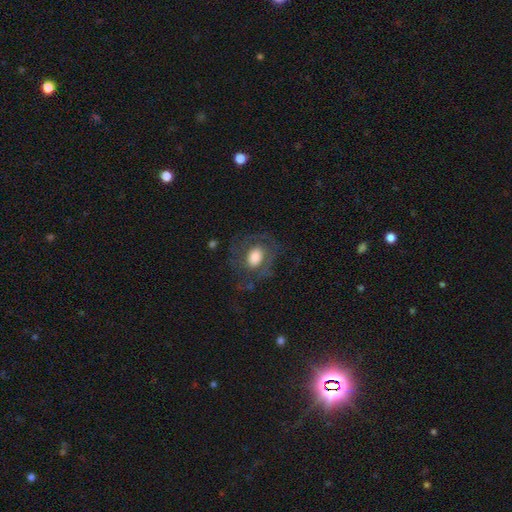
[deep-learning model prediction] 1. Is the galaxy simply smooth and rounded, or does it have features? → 59% featured or disk, 33% smooth, 8% star or artifact.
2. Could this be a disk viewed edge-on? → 96% no, 4% yes.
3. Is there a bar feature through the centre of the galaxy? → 71% no, 23% weak, 6% strong.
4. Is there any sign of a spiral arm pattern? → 70% yes, 30% no.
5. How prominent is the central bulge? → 50% large, 34% moderate, 7% dominant, 7% small, 2% none.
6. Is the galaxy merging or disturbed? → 59% none, 21% major disturbance, 18% minor disturbance, 2% merger.